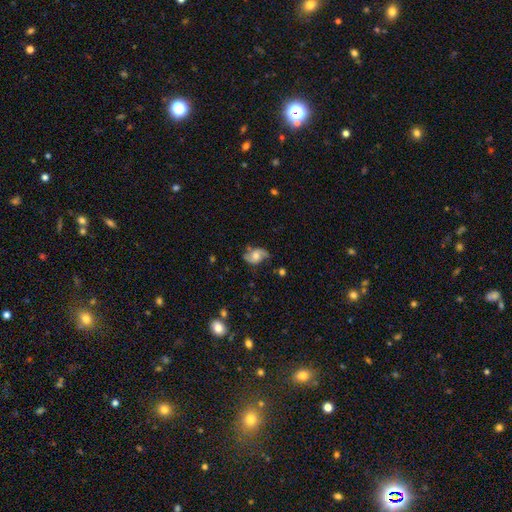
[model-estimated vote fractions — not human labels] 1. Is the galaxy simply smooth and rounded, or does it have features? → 61% featured or disk, 30% smooth, 8% star or artifact.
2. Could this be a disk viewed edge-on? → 96% no, 4% yes.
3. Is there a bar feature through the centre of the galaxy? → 64% no, 29% weak, 6% strong.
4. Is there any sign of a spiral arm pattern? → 88% yes, 12% no.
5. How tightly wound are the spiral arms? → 51% loose, 35% medium, 14% tight.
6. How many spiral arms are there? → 88% 2, 6% can't tell, 3% 1, 1% 3, 1% 4, 1% more than 4.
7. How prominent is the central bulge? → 61% moderate, 21% small, 13% large, 4% none, 2% dominant.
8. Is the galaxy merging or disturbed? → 68% none, 23% minor disturbance, 7% major disturbance, 2% merger.